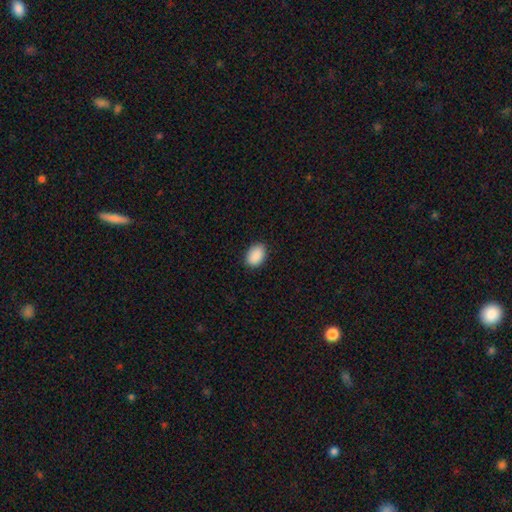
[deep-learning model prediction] The model was most divided on "how rounded": in between: 84%, round: 15%, cigar-shaped: 1%. More confident: smooth or featured — smooth (91%); merging — none (86%).